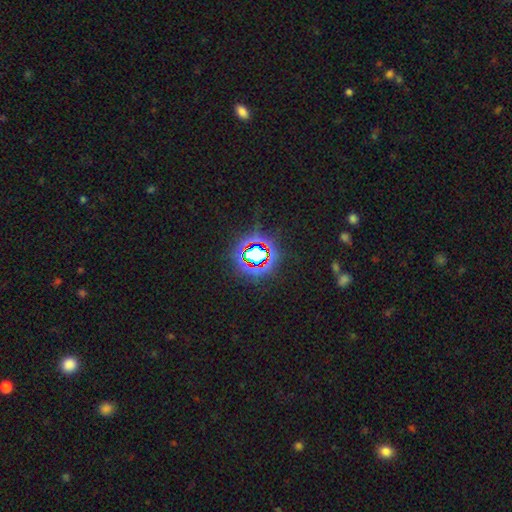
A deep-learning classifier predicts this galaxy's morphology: smooth_or_featured: star or artifact (p=0.74) [alt: smooth p=0.16]